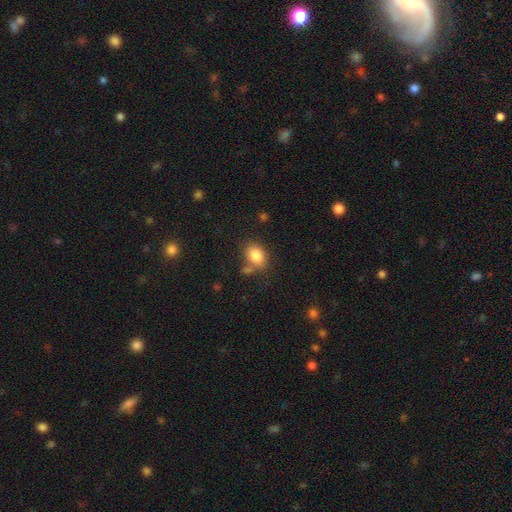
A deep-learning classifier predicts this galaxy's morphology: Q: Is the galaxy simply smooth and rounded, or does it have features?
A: smooth — 84%.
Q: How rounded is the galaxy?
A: in between — 70%.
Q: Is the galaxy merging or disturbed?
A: none — 59%.